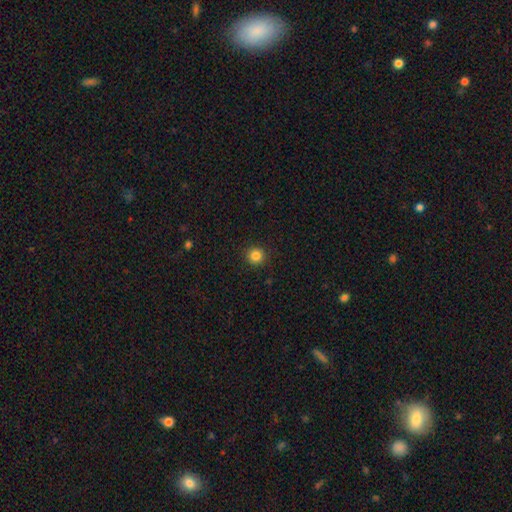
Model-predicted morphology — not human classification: Overall: smooth (84%). How rounded: round (94%). Merging: none (92%).